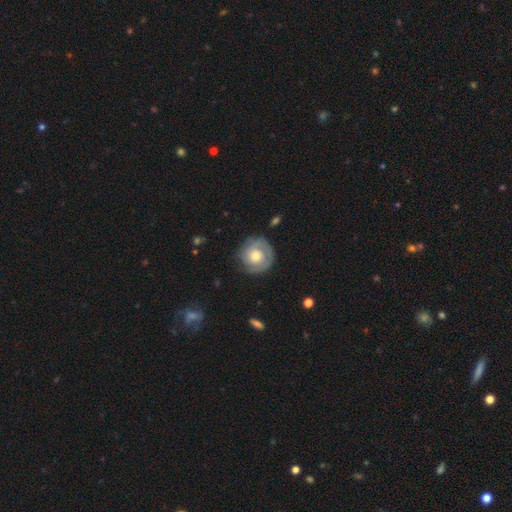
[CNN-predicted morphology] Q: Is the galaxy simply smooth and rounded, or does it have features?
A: featured or disk — 51%.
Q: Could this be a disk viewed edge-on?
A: no — 97%.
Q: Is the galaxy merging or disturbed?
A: none — 76%.